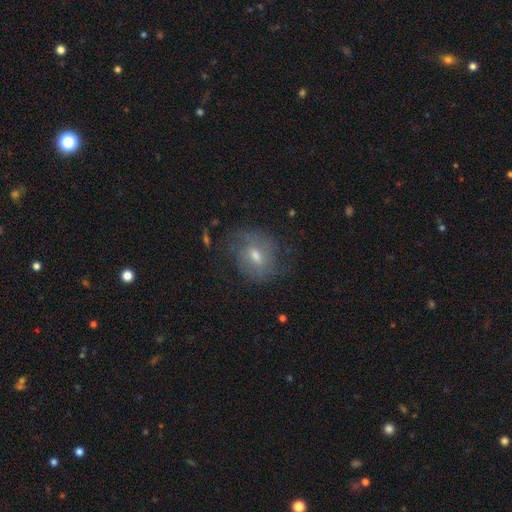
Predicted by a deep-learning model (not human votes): Overall: featured or disk (53%; smooth 36%). Edge-on disk: no (95%). Bar: weak (46%; no 43%). Spiral arms: yes (76%). Bulge size: moderate (63%; small 29%). Merging: none (64%).